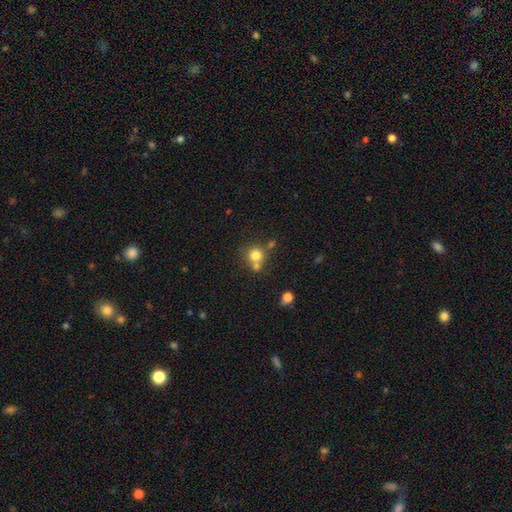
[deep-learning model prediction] Smooth or featured? smooth (76%)
How rounded? round (88%)
Merging? none (54%)